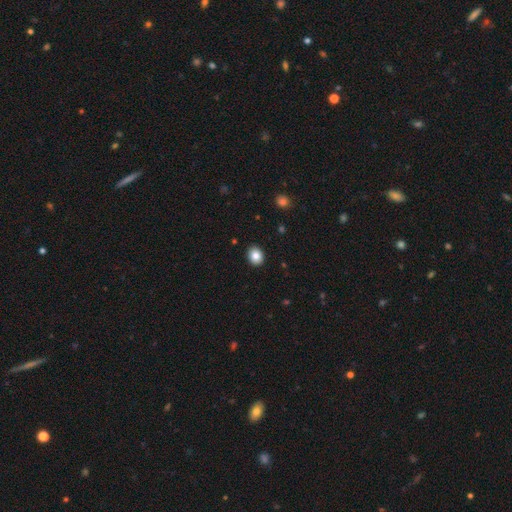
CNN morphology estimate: smooth 84%, star or artifact 9%, featured or disk 6%. Down the decision tree: how rounded — in between (51%); merging — none (91%).